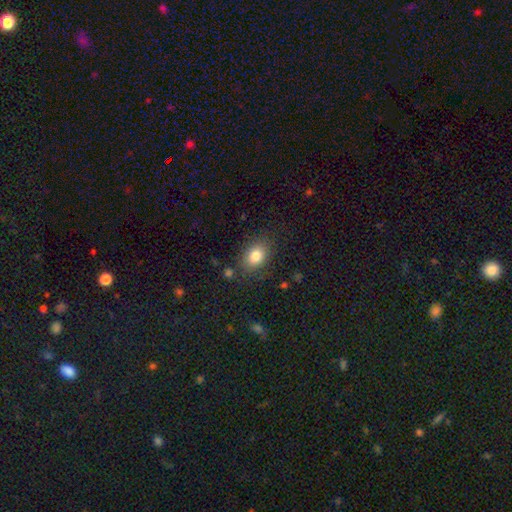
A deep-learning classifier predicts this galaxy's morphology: Q: Smooth or featured?
A: smooth (82%); runner-up: star or artifact (9%)
Q: How rounded?
A: in between (71%); runner-up: round (28%)
Q: Merging?
A: none (81%); runner-up: minor disturbance (13%)